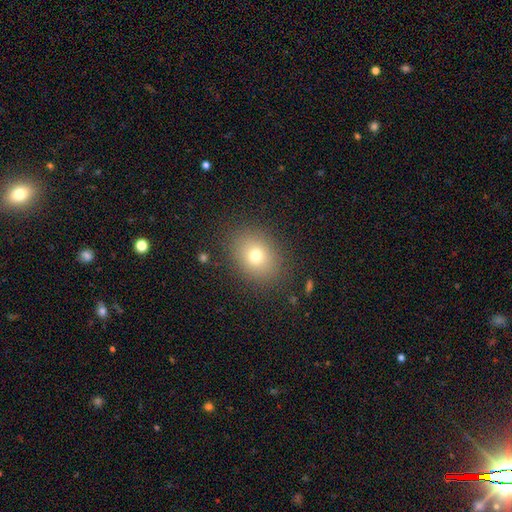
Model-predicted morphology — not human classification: A smooth galaxy with no disk features (74%) that is in between round and cigar-shaped (53%).

Vote fractions:
- Smooth or featured? smooth: 74% / star or artifact: 13% / featured or disk: 13%
- How rounded? in between: 53% / round: 46% / cigar-shaped: 1%
- Merging? none: 86% / minor disturbance: 9% / major disturbance: 4% / merger: 1%